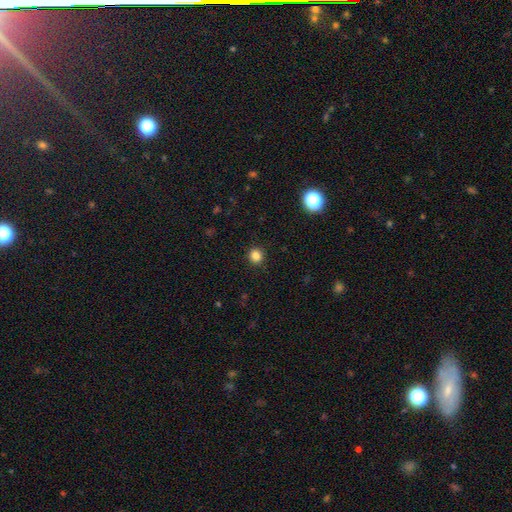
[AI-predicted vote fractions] Overall: smooth (84%). How rounded: round (90%). Merging: none (92%).